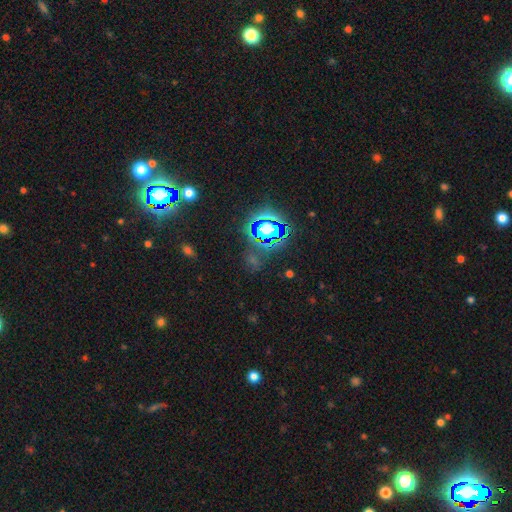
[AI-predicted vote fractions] Smooth or featured?
  - star or artifact: 76% *
  - smooth: 15%
  - featured or disk: 8%